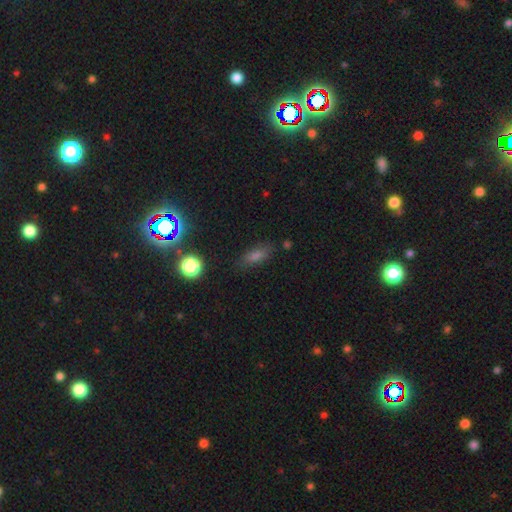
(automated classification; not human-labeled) smooth-or-featured: smooth: 60% | star or artifact: 26% | featured or disk: 14%
  how-rounded: in between: 66% | cigar-shaped: 25% | round: 9%
  merging: none: 80% | minor disturbance: 13% | major disturbance: 4% | merger: 2%